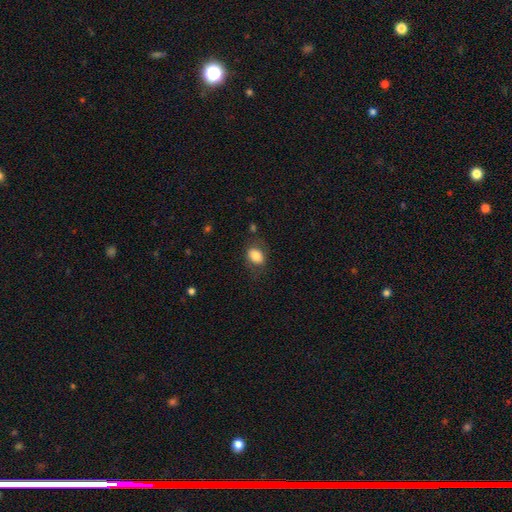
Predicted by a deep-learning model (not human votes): smooth-or-featured: smooth: 81% | featured or disk: 10% | star or artifact: 8%
  how-rounded: in between: 72% | round: 27% | cigar-shaped: 1%
  merging: none: 73% | minor disturbance: 18% | major disturbance: 7% | merger: 2%